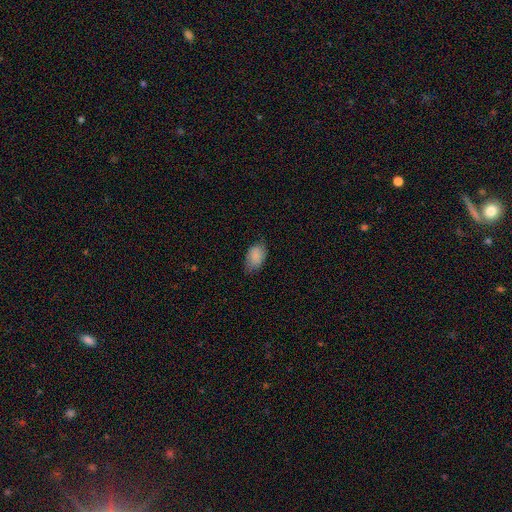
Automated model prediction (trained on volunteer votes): smooth-or-featured: smooth: 85% | featured or disk: 8% | star or artifact: 7%
  how-rounded: in between: 91% | round: 8% | cigar-shaped: 1%
  merging: none: 70% | minor disturbance: 24% | major disturbance: 5% | merger: 1%